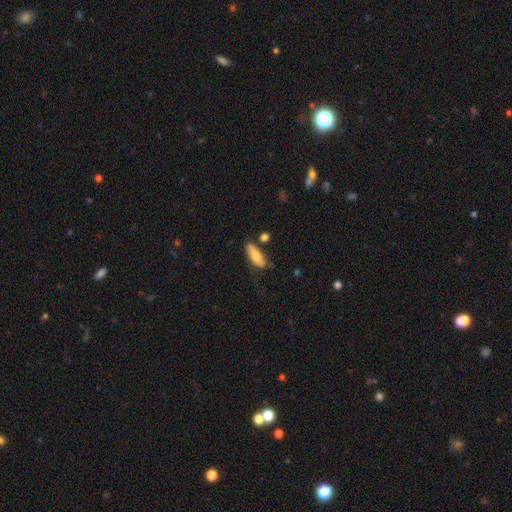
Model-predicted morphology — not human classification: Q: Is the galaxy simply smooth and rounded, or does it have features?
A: smooth — 79%.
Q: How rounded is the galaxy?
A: in between — 57%.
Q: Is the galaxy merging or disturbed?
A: none — 64%.